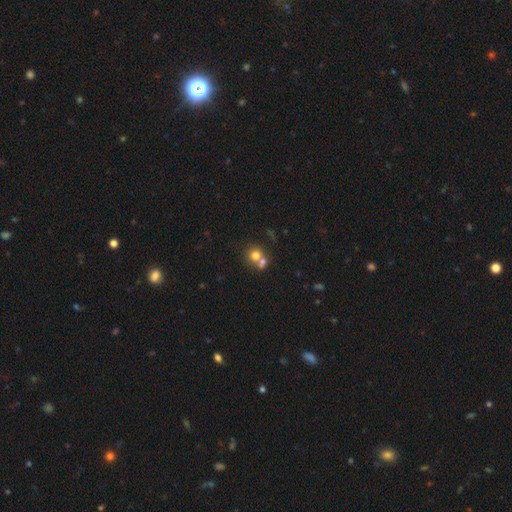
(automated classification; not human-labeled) smooth_or_featured: smooth (p=0.73) [alt: featured or disk p=0.16]
how_rounded: round (p=0.81) [alt: in between p=0.18]
merging: merger (p=0.54) [alt: none p=0.37]